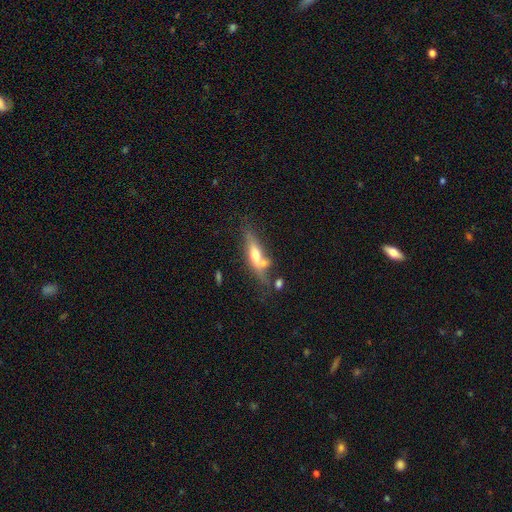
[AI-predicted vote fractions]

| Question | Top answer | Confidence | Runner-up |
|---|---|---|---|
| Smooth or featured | featured or disk | 59% | smooth (32%) |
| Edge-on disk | yes | 82% | no (18%) |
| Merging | none | 55% | minor disturbance (19%) |